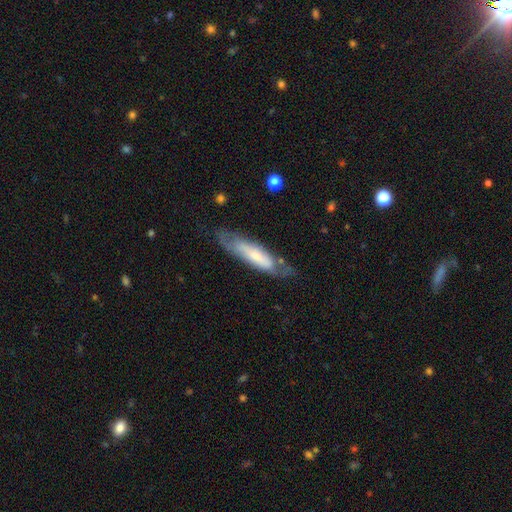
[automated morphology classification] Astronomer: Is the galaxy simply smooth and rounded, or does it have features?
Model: featured or disk — 50% (runner-up: smooth, 43%).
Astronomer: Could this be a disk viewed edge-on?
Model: no — 56% (runner-up: yes, 44%).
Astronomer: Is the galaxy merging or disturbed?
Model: none — 64%.